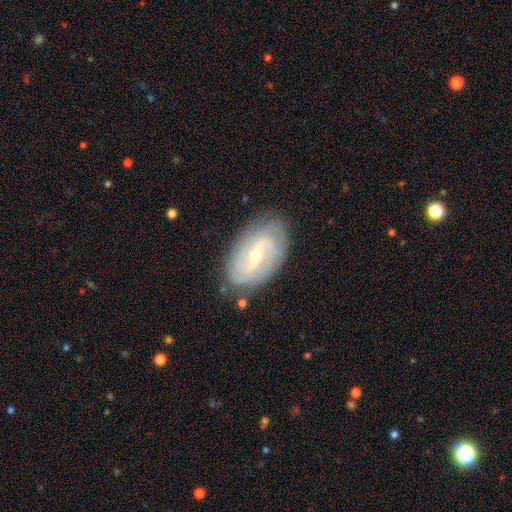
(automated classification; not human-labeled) Smooth or featured? featured or disk (81%)
Edge-on disk? no (95%)
Bar? weak (52%)
Spiral arms? yes (92%)
Spiral winding? medium (39%, tied with tight)
Spiral arm count? 2 (63%)
Bulge size? small (62%)
Merging? none (80%)